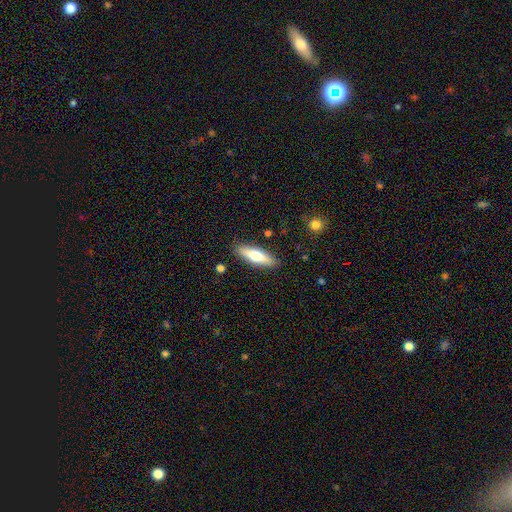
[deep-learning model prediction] Q: Smooth or featured?
A: smooth (63%); runner-up: featured or disk (31%)
Q: How rounded?
A: cigar-shaped (58%); runner-up: in between (40%)
Q: Merging?
A: none (87%); runner-up: minor disturbance (9%)